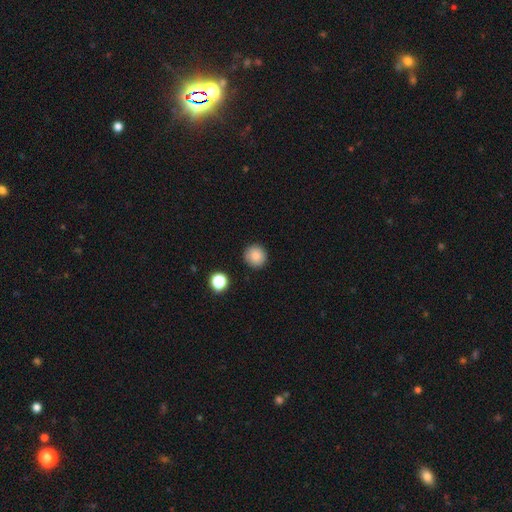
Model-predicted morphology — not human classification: Q: Smooth or featured?
A: smooth (86%); runner-up: star or artifact (9%)
Q: How rounded?
A: round (94%); runner-up: in between (5%)
Q: Merging?
A: none (90%); runner-up: minor disturbance (6%)